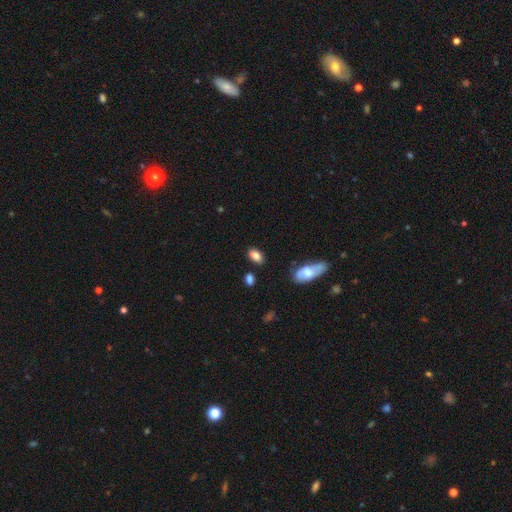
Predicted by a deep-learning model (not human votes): Q: Smooth or featured?
A: smooth (84%); runner-up: featured or disk (8%)
Q: How rounded?
A: in between (90%); runner-up: round (6%)
Q: Merging?
A: none (79%); runner-up: minor disturbance (13%)